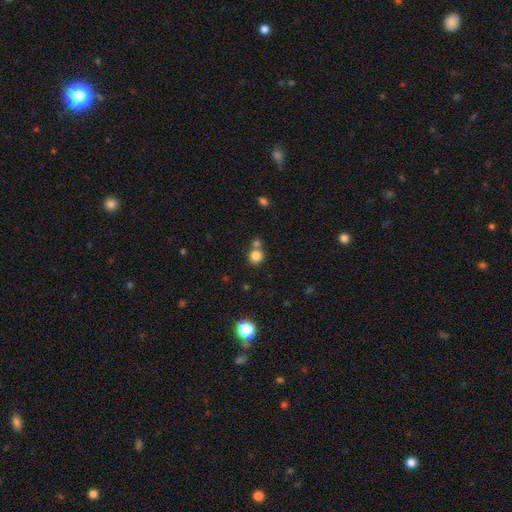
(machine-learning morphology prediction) smooth 82%, star or artifact 12%, featured or disk 6%. Down the decision tree: how rounded — round (88%); merging — none (60%).